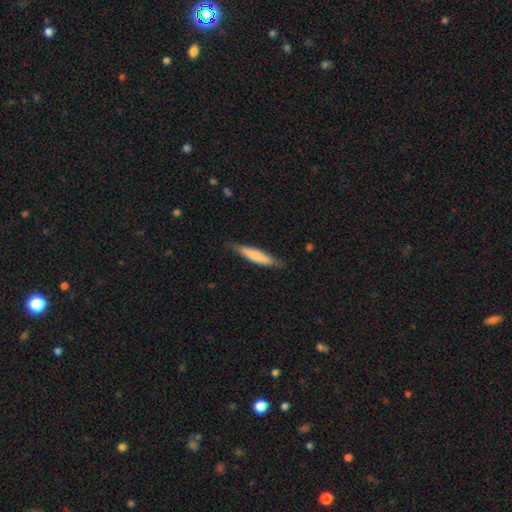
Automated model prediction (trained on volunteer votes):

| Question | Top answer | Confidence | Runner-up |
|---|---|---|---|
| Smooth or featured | smooth | 73% | featured or disk (22%) |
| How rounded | cigar-shaped | 84% | in between (15%) |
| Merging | none | 80% | minor disturbance (16%) |